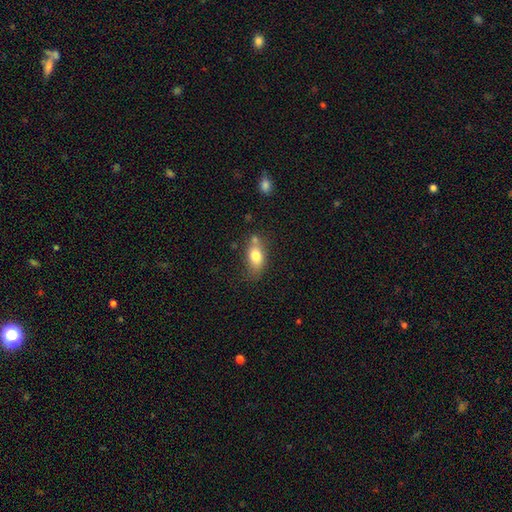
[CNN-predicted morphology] type=smooth (77%); roundness=in between (82%); merging=none (53%).